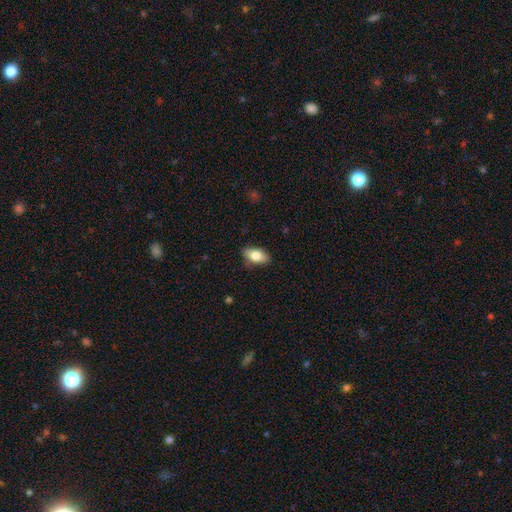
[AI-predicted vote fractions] smooth-or-featured: smooth: 78% | featured or disk: 15% | star or artifact: 7%
  how-rounded: in between: 90% | round: 5% | cigar-shaped: 4%
  merging: none: 81% | minor disturbance: 15% | major disturbance: 3% | merger: 1%